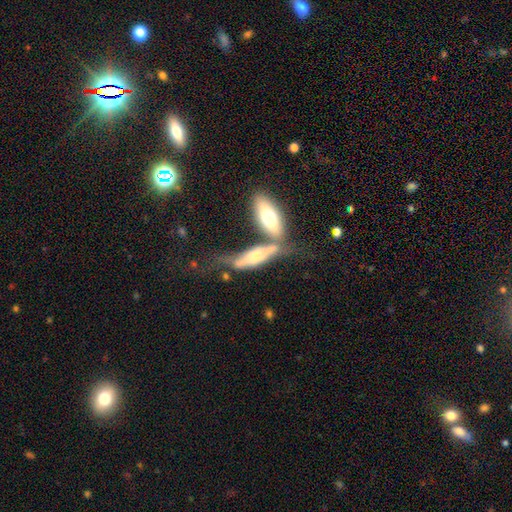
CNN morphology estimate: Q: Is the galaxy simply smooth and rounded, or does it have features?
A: featured or disk — 47%.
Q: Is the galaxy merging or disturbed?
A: merger — 41%.